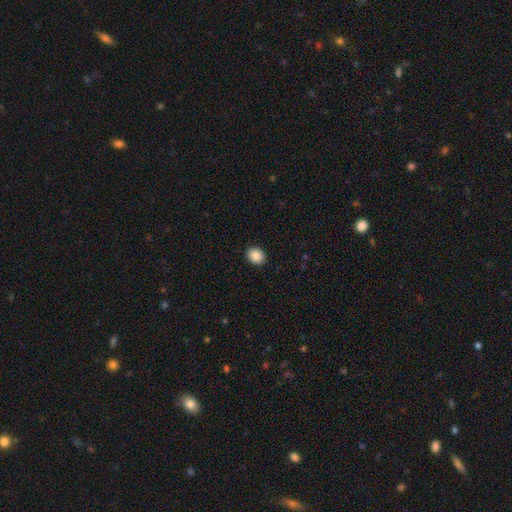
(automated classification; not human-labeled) Overall: smooth (89%). How rounded: round (57%; in between 42%). Merging: none (92%).